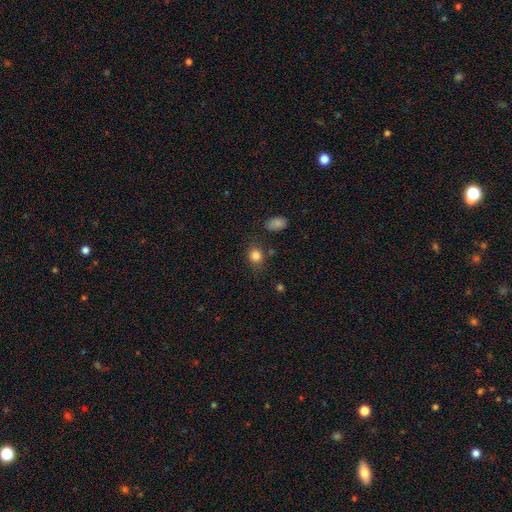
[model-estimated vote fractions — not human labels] smooth 83%, star or artifact 11%, featured or disk 6%. Down the decision tree: how rounded — round (64%); merging — none (76%).